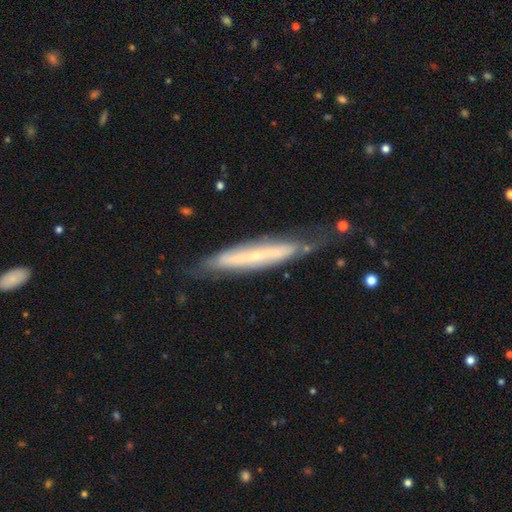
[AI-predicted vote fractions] Smooth or featured?
  - featured or disk: 63% *
  - smooth: 30%
  - star or artifact: 7%
Edge-on disk?
  - yes: 67% *
  - no: 33%
Merging?
  - none: 65% *
  - minor disturbance: 24%
  - major disturbance: 9%
  - merger: 2%